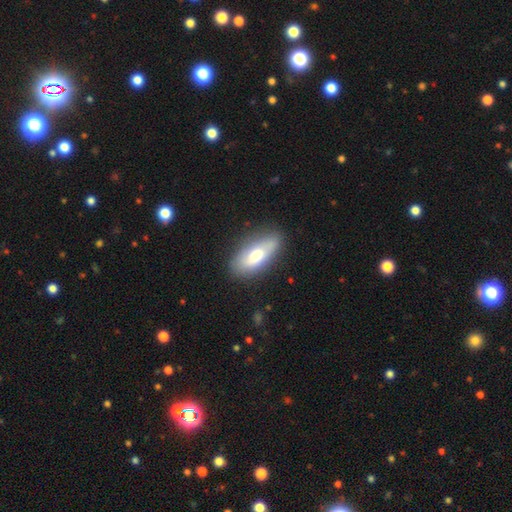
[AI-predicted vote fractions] Q: Smooth or featured?
A: smooth (68%); runner-up: featured or disk (26%)
Q: How rounded?
A: in between (81%); runner-up: cigar-shaped (16%)
Q: Merging?
A: none (76%); runner-up: minor disturbance (18%)